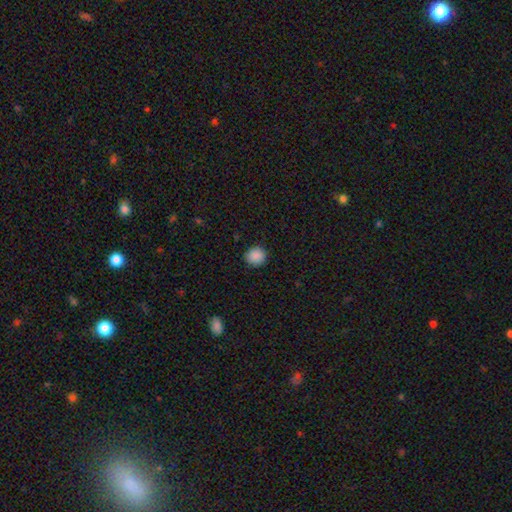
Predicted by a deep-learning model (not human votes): smooth_or_featured: smooth (p=0.88) [alt: star or artifact p=0.09]
how_rounded: round (p=0.89) [alt: in between p=0.11]
merging: none (p=0.90) [alt: minor disturbance p=0.07]